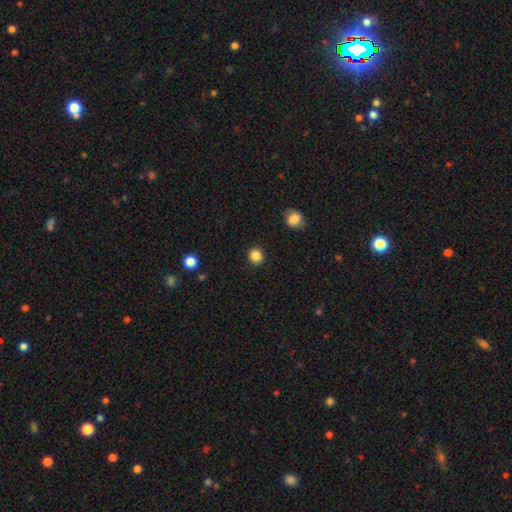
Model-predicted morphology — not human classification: Smooth or featured?
  - smooth: 86% *
  - star or artifact: 11%
  - featured or disk: 3%
How rounded?
  - round: 89% *
  - in between: 10%
  - cigar-shaped: 1%
Merging?
  - none: 90% *
  - minor disturbance: 6%
  - major disturbance: 2%
  - merger: 1%